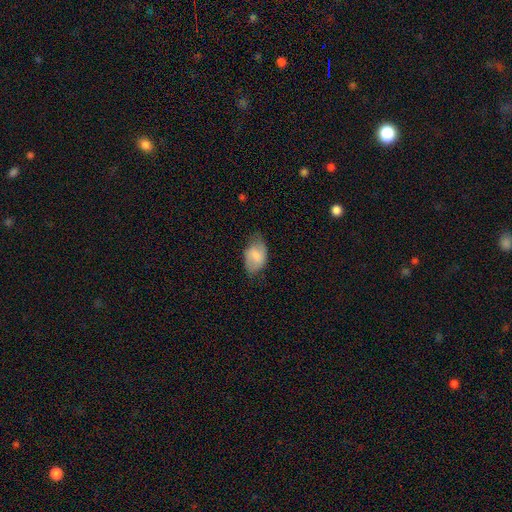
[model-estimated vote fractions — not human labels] The model was most divided on "merging": none: 58%, minor disturbance: 32%, major disturbance: 9%, merger: 1%. More confident: how rounded — in between (90%); smooth or featured — smooth (69%).